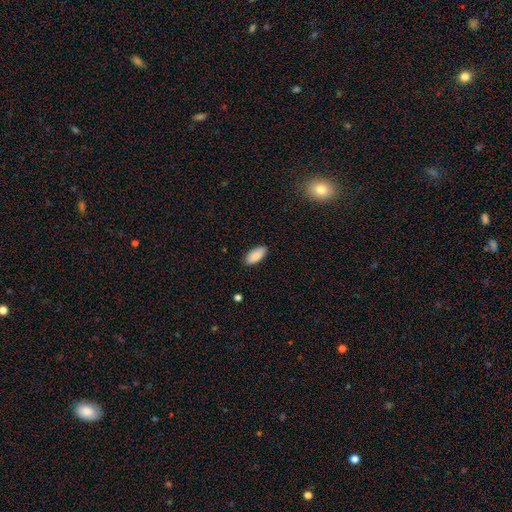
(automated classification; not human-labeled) Q: Smooth or featured?
A: smooth (88%); runner-up: star or artifact (7%)
Q: How rounded?
A: in between (91%); runner-up: cigar-shaped (7%)
Q: Merging?
A: none (87%); runner-up: minor disturbance (10%)